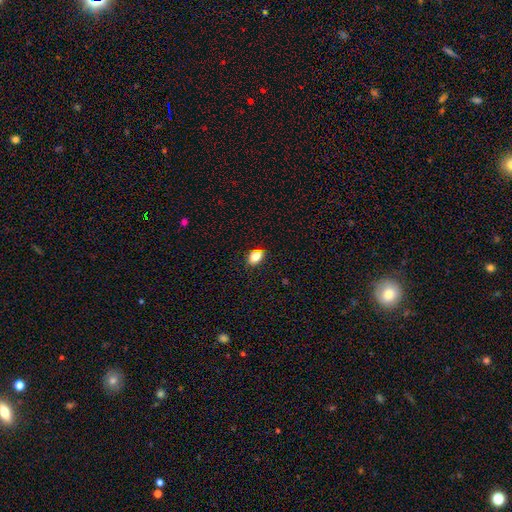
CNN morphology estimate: smooth_or_featured: smooth (p=0.84) [alt: star or artifact p=0.10]
how_rounded: in between (p=0.82) [alt: round p=0.17]
merging: none (p=0.85) [alt: minor disturbance p=0.11]